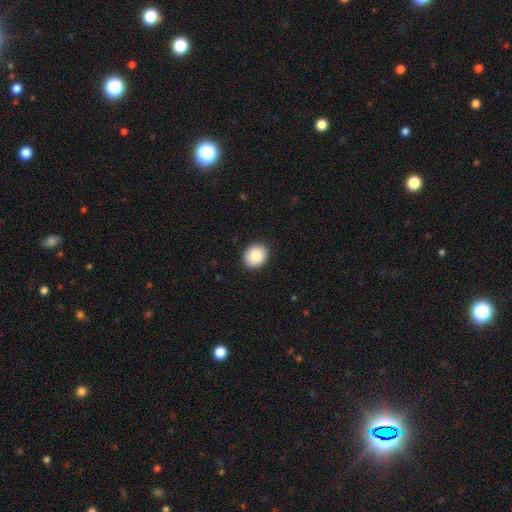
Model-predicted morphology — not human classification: Smooth or featured? Predicted: smooth (p=0.88). How rounded? Predicted: round (p=0.63). Merging? Predicted: none (p=0.90).